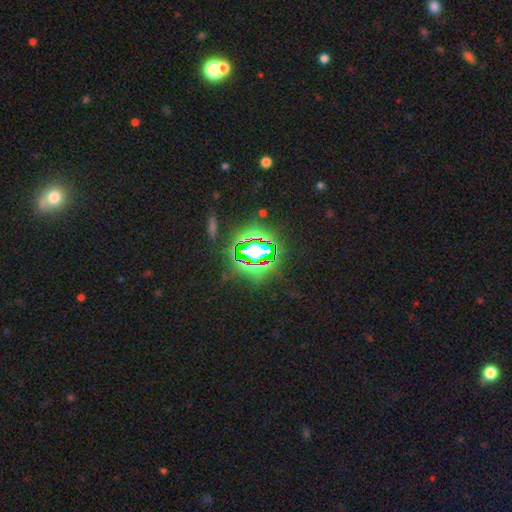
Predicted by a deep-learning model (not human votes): Smooth or featured: star or artifact — 82% (smooth — 10%)